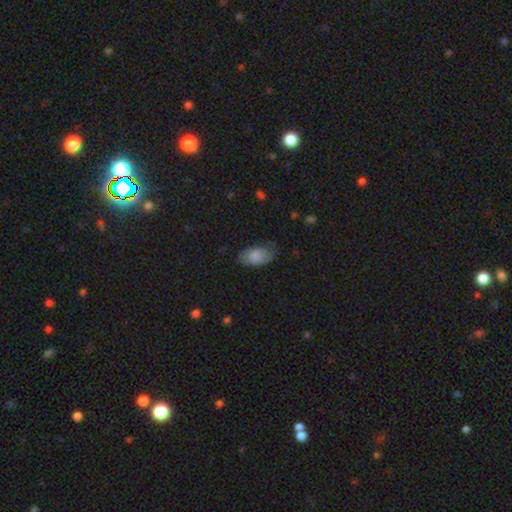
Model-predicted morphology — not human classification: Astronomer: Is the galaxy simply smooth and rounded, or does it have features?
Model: smooth — 81%.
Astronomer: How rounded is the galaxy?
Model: in between — 94%.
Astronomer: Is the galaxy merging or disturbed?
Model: none — 67%.